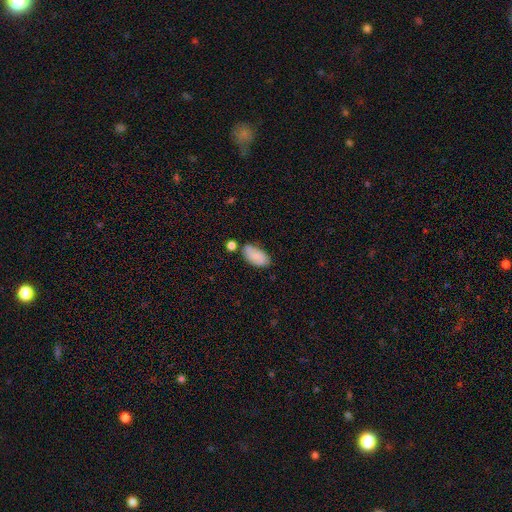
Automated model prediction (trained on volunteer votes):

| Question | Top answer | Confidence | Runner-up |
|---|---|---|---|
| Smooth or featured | smooth | 78% | featured or disk (14%) |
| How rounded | in between | 93% | round (4%) |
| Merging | none | 56% | minor disturbance (24%) |